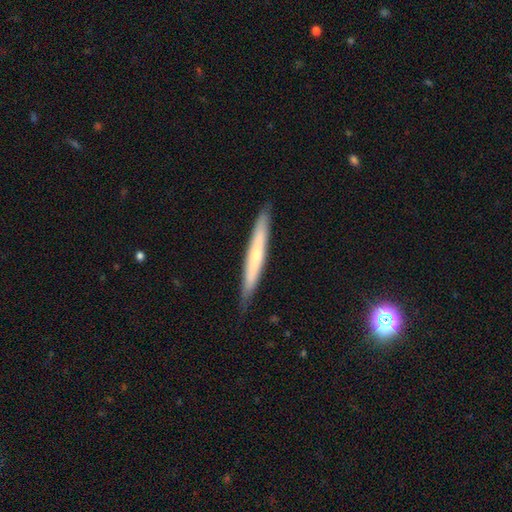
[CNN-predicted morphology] Smooth or featured? Predicted: featured or disk (p=0.53). Edge-on disk? Predicted: yes (p=0.94). Merging? Predicted: none (p=0.89).